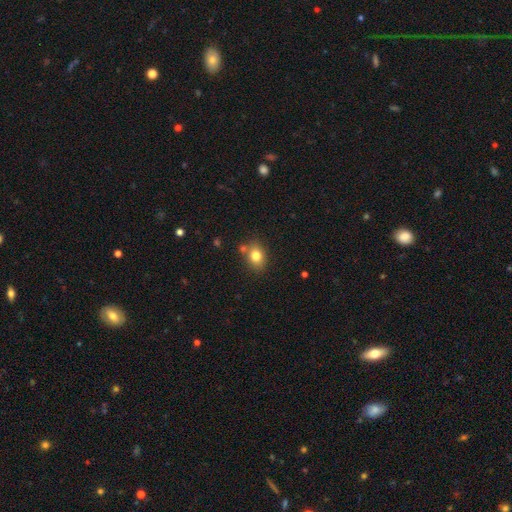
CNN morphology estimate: smooth-or-featured: smooth: 79% | star or artifact: 11% | featured or disk: 11%
  how-rounded: in between: 59% | round: 40% | cigar-shaped: 1%
  merging: none: 72% | minor disturbance: 14% | merger: 11% | major disturbance: 3%